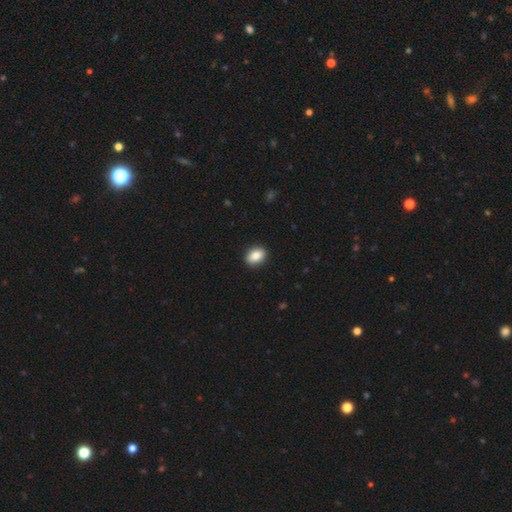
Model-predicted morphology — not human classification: smooth-or-featured: smooth: 87% | star or artifact: 8% | featured or disk: 6%
  how-rounded: in between: 78% | round: 20% | cigar-shaped: 2%
  merging: none: 91% | minor disturbance: 7% | major disturbance: 2% | merger: 1%